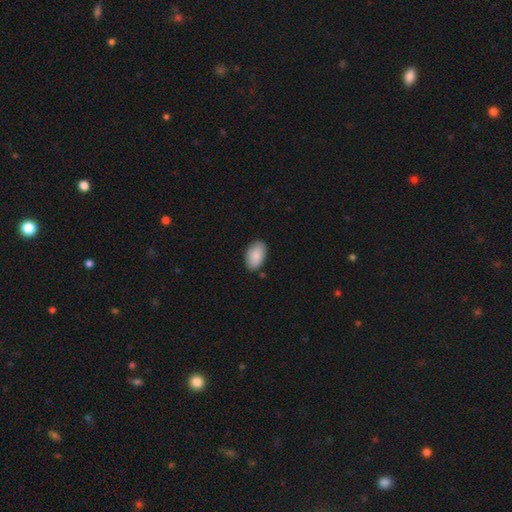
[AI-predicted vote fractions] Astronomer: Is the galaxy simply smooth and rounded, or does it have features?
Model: smooth — 88%.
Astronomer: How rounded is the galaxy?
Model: in between — 94%.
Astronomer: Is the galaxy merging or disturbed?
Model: none — 85%.